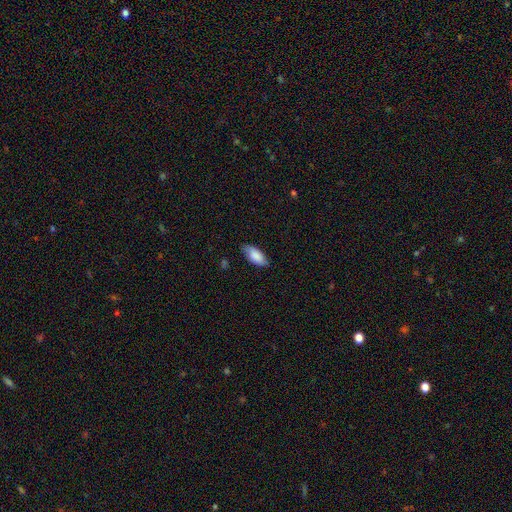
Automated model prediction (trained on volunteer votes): Q: Smooth or featured?
A: smooth (84%); runner-up: featured or disk (10%)
Q: How rounded?
A: in between (88%); runner-up: cigar-shaped (10%)
Q: Merging?
A: none (79%); runner-up: minor disturbance (17%)